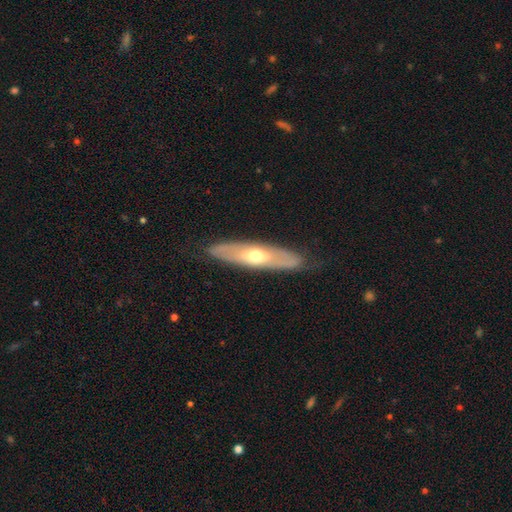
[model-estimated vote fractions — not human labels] featured or disk 54%, smooth 41%, star or artifact 5%. Down the decision tree: edge-on disk — no (50%, tied with yes); merging — none (84%).